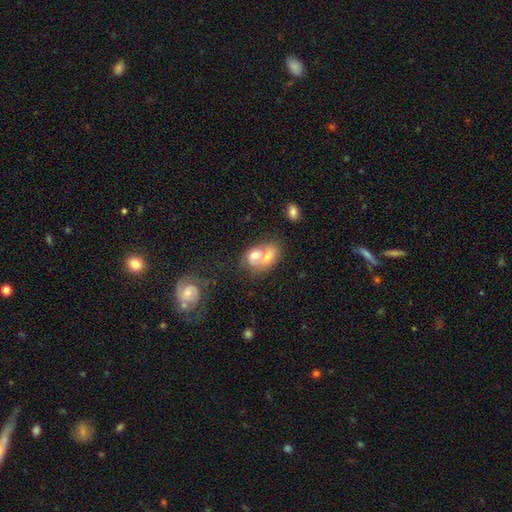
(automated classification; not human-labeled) smooth-or-featured: smooth: 57% | featured or disk: 35% | star or artifact: 9%
  how-rounded: in between: 62% | round: 37% | cigar-shaped: 1%
  merging: merger: 75% | none: 14% | minor disturbance: 6% | major disturbance: 5%